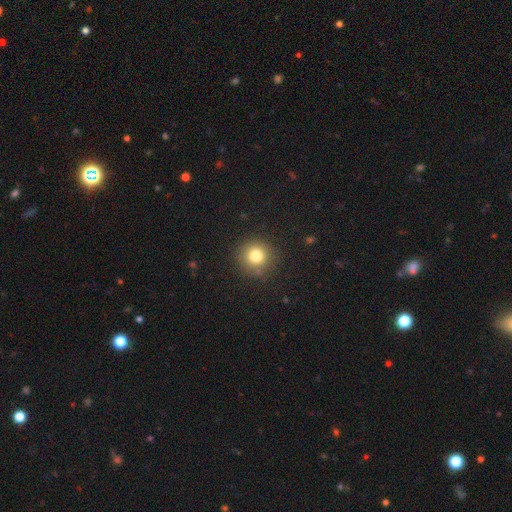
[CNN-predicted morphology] Overall: smooth (79%). How rounded: round (94%). Merging: none (88%).